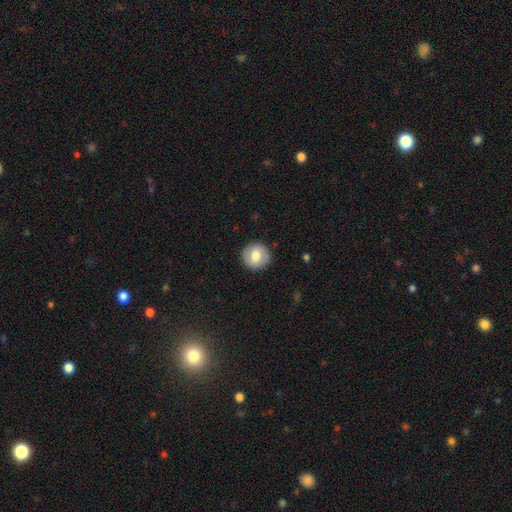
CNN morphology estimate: A smooth galaxy with no disk features (72%) that is round (92%). Merging: none (90%).